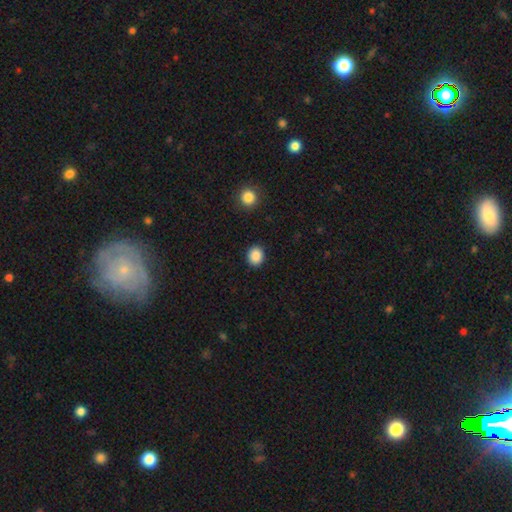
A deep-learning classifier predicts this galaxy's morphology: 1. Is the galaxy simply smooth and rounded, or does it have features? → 88% smooth, 9% star or artifact, 3% featured or disk.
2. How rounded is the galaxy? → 69% round, 30% in between, 1% cigar-shaped.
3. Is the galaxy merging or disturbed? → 90% none, 7% minor disturbance, 2% major disturbance, 1% merger.